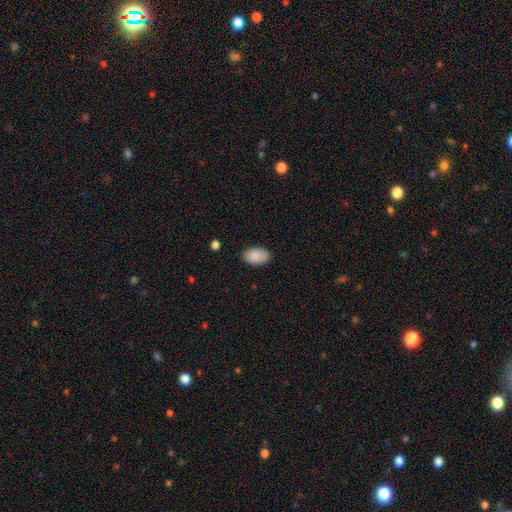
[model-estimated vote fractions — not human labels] A smooth galaxy with no disk features (89%) that is in between round and cigar-shaped (92%).

Vote fractions:
- Smooth or featured? smooth: 89% / star or artifact: 7% / featured or disk: 4%
- How rounded? in between: 92% / round: 7% / cigar-shaped: 1%
- Merging? none: 86% / minor disturbance: 11% / major disturbance: 2% / merger: 1%